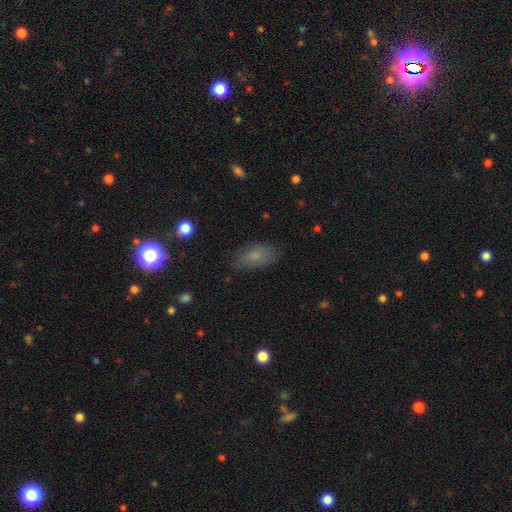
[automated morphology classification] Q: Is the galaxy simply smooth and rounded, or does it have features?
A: smooth — 74%.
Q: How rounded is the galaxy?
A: in between — 89%.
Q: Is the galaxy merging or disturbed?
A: none — 79%.